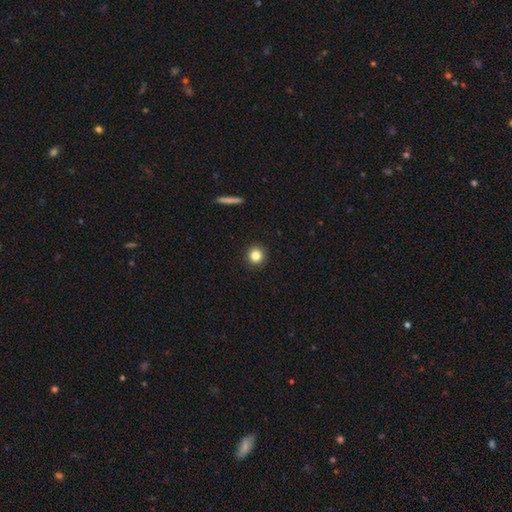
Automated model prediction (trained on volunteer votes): Smooth or featured?
  - smooth: 82% *
  - star or artifact: 11%
  - featured or disk: 6%
How rounded?
  - round: 93% *
  - in between: 6%
  - cigar-shaped: 1%
Merging?
  - none: 92% *
  - minor disturbance: 5%
  - major disturbance: 2%
  - merger: 1%